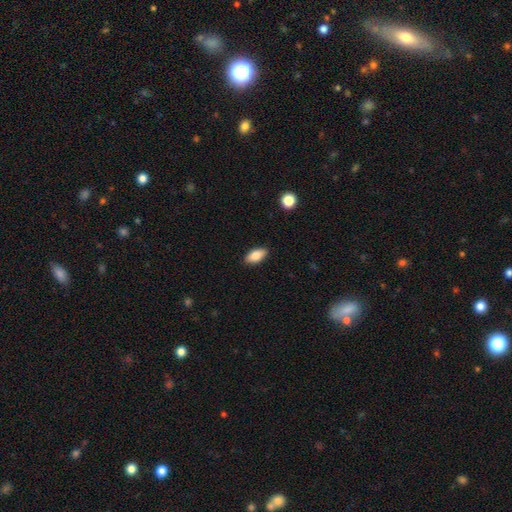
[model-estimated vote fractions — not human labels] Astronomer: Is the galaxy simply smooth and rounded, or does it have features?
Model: smooth — 82%.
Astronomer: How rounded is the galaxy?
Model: in between — 91%.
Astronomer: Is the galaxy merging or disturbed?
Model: none — 89%.